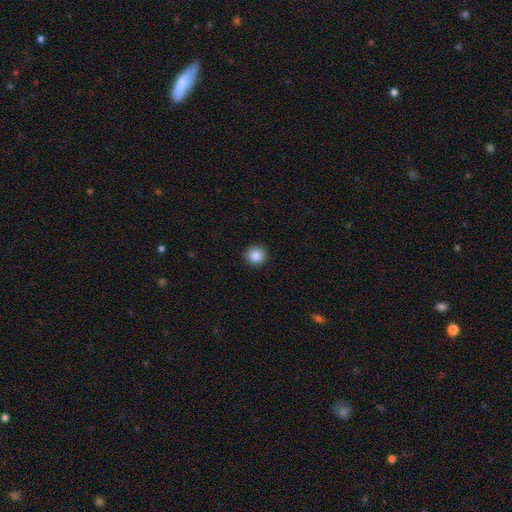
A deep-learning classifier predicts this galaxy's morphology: Smooth or featured?
  - smooth: 87% *
  - star or artifact: 9%
  - featured or disk: 4%
How rounded?
  - round: 93% *
  - in between: 6%
  - cigar-shaped: 1%
Merging?
  - none: 91% *
  - minor disturbance: 7%
  - major disturbance: 2%
  - merger: 1%